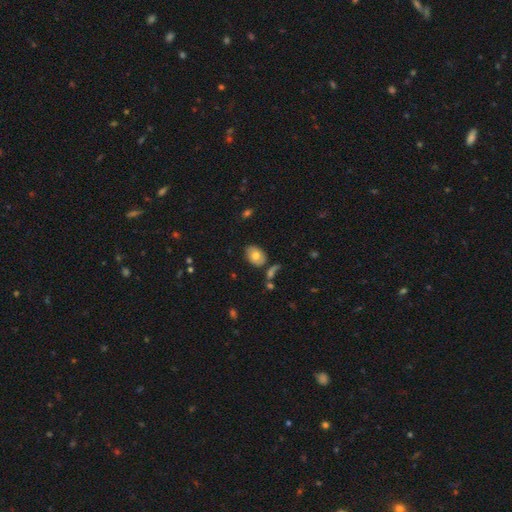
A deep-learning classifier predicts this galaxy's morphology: Q: Smooth or featured?
A: smooth (70%); runner-up: featured or disk (22%)
Q: How rounded?
A: in between (77%); runner-up: round (22%)
Q: Merging?
A: none (67%); runner-up: minor disturbance (18%)